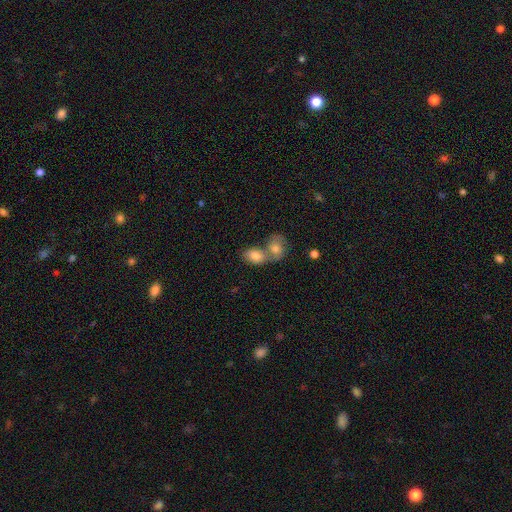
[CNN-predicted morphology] Smooth or featured? Predicted: smooth (p=0.78). How rounded? Predicted: in between (p=0.83). Merging? Predicted: merger (p=0.65).